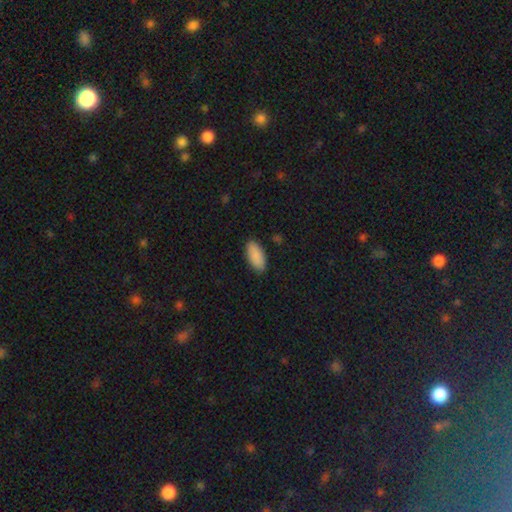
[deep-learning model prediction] Smooth or featured: smooth — 89% (star or artifact — 6%)
How rounded: in between — 90% (cigar-shaped — 9%)
Merging: none — 86% (minor disturbance — 11%)